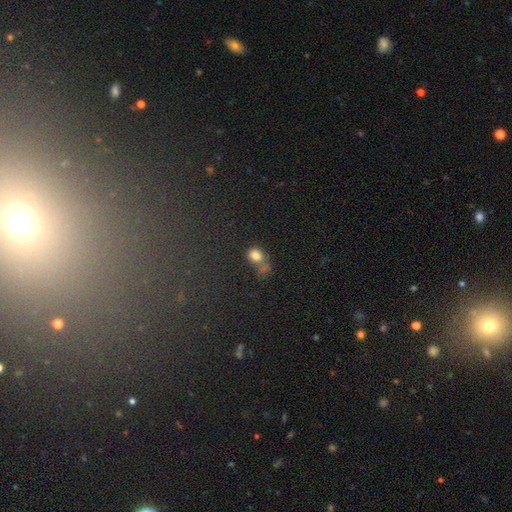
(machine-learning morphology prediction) type=smooth (77%); roundness=round (56%); merging=merger (39%).